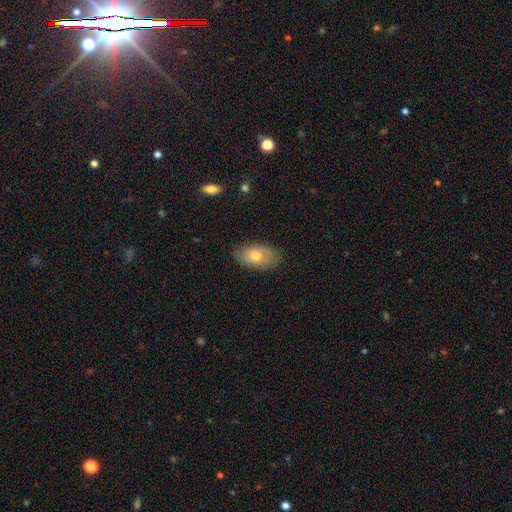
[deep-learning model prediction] Smooth or featured: smooth — 67% (featured or disk — 26%)
How rounded: in between — 91% (round — 7%)
Merging: none — 81% (minor disturbance — 15%)